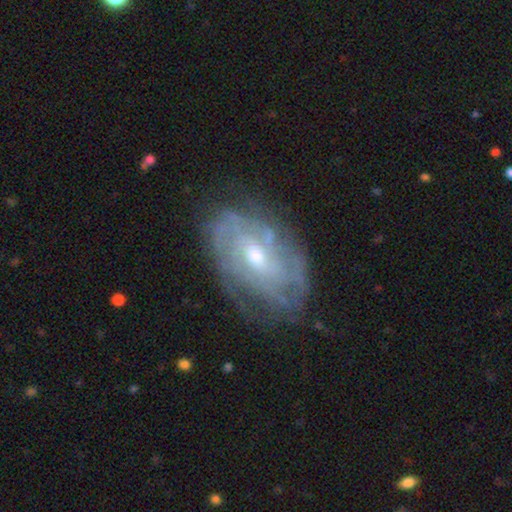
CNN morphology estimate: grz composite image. It shows a featured or disk galaxy (81%) with no bar (50%), tight (68%) spiral arms (89%) and a moderate central bulge (52%). Merging: none (73%).